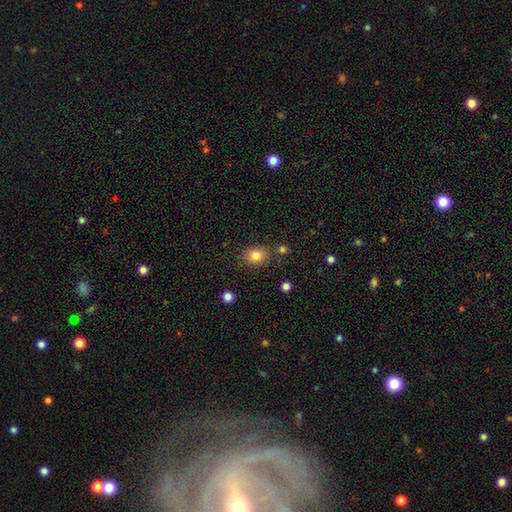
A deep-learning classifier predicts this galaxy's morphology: A smooth galaxy with no disk features (82%) that is round (58%).

Vote fractions:
- Smooth or featured? smooth: 82% / star or artifact: 11% / featured or disk: 6%
- How rounded? round: 58% / in between: 41% / cigar-shaped: 1%
- Merging? none: 79% / minor disturbance: 11% / merger: 6% / major disturbance: 3%